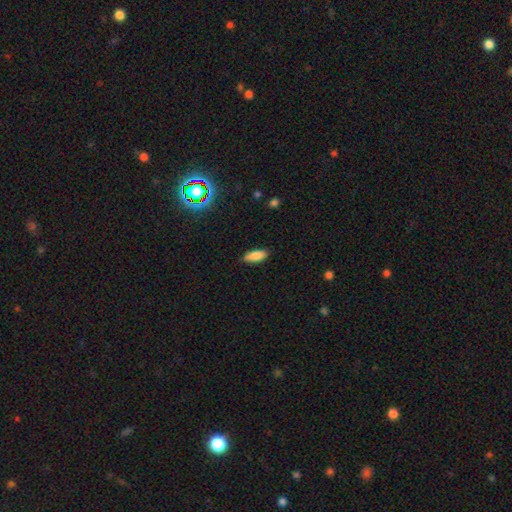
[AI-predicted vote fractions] The model was most divided on "how rounded": in between: 77%, cigar-shaped: 21%, round: 2%. More confident: merging — none (86%); smooth or featured — smooth (86%).